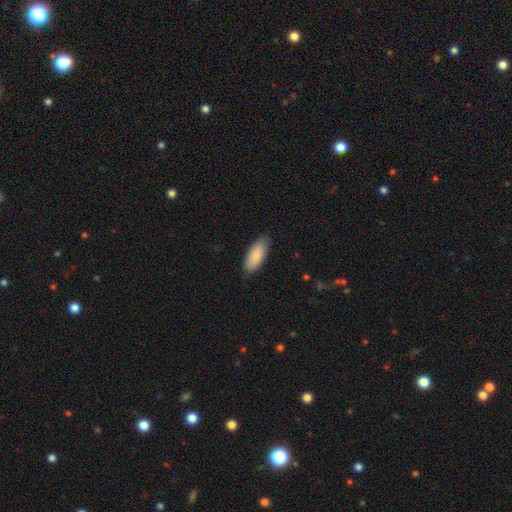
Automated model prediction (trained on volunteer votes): Overall: smooth (87%). How rounded: in between (81%). Merging: none (85%).